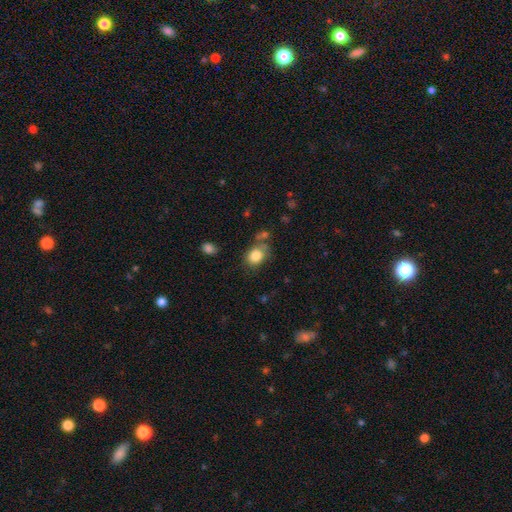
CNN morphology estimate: This appears to be a smooth galaxy with no disk features (84%) that is round (51%). Merging: none (62%).